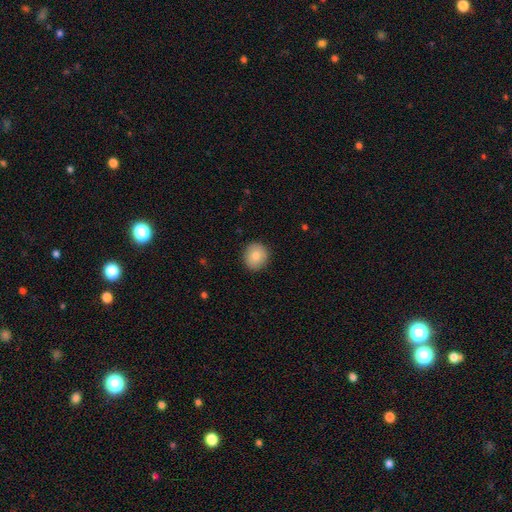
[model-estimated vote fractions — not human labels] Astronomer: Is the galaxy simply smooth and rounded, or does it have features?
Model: smooth — 83%.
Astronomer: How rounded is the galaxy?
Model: round — 85%.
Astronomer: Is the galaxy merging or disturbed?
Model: none — 90%.